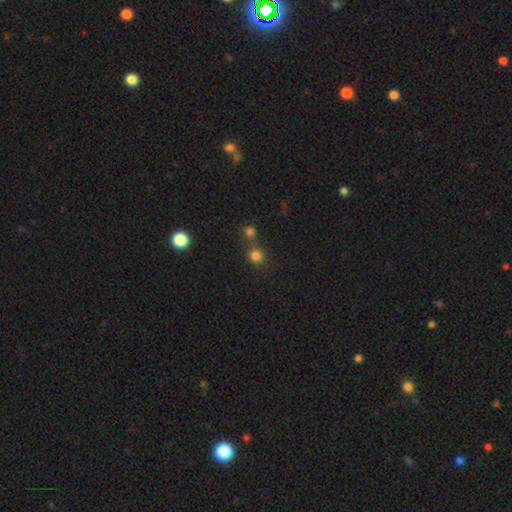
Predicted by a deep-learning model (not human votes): smooth-or-featured: smooth: 79% | star or artifact: 16% | featured or disk: 5%
  how-rounded: round: 88% | in between: 11% | cigar-shaped: 1%
  merging: none: 64% | merger: 25% | minor disturbance: 8% | major disturbance: 3%